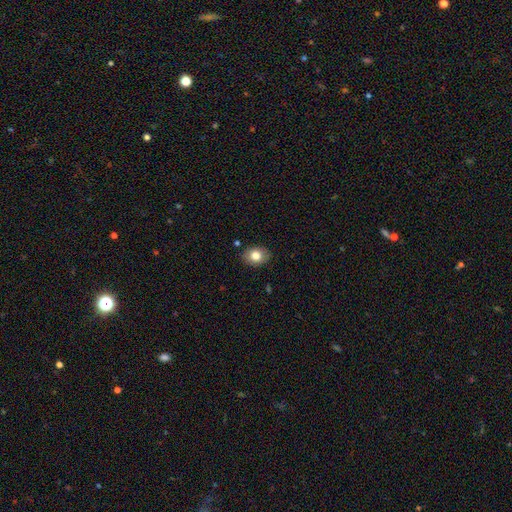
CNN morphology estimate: smooth-or-featured: smooth: 81% | featured or disk: 10% | star or artifact: 9%
  how-rounded: in between: 63% | round: 36% | cigar-shaped: 1%
  merging: none: 86% | minor disturbance: 10% | major disturbance: 2% | merger: 1%